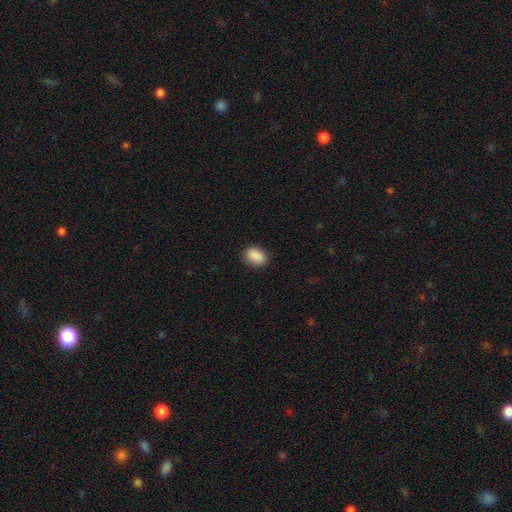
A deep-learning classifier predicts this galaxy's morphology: Overall: smooth (89%). How rounded: in between (81%). Merging: none (84%).